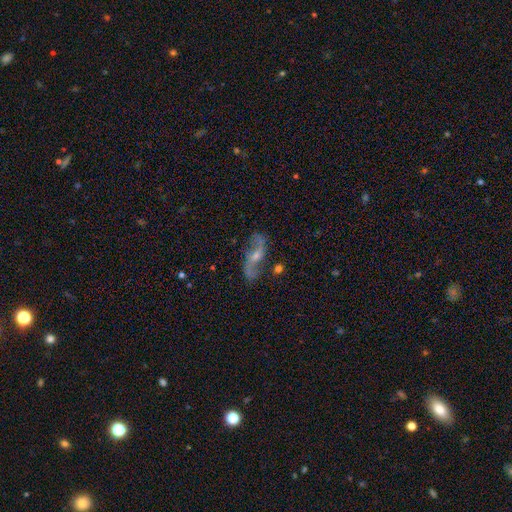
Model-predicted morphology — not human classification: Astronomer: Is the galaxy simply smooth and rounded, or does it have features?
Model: featured or disk — 85%.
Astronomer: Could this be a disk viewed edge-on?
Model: no — 93%.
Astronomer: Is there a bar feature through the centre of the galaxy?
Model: no — 45% (runner-up: weak, 39%).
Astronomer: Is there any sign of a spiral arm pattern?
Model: yes — 95%.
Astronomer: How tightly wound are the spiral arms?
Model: loose — 68%.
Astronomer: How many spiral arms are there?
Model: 2 — 93%.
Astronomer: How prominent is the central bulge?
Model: moderate — 48% (runner-up: small, 45%).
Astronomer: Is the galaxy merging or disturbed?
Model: none — 77%.